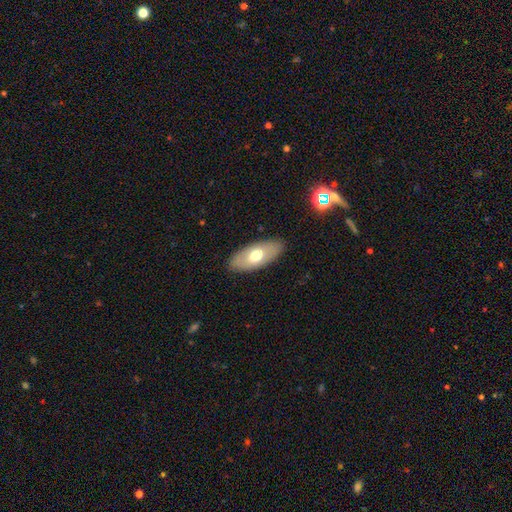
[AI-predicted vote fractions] This is likely a smooth galaxy (63%). How rounded: clearly in between (89%). Merging: clearly none (87%).